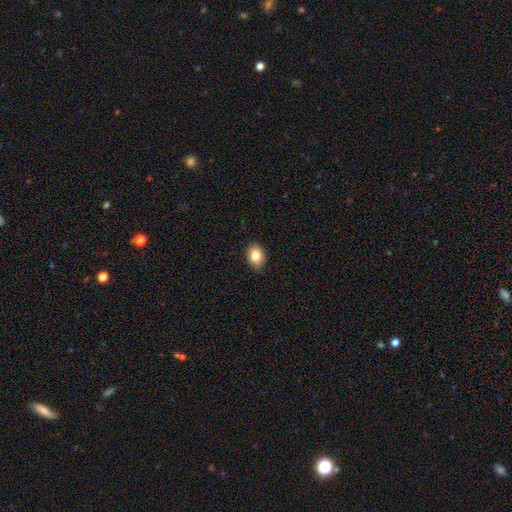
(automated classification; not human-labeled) A smooth galaxy with no disk features (84%) that is in between round and cigar-shaped (67%).

Vote fractions:
- Smooth or featured? smooth: 84% / star or artifact: 9% / featured or disk: 7%
- How rounded? in between: 67% / round: 32% / cigar-shaped: 1%
- Merging? none: 87% / minor disturbance: 10% / major disturbance: 2% / merger: 1%